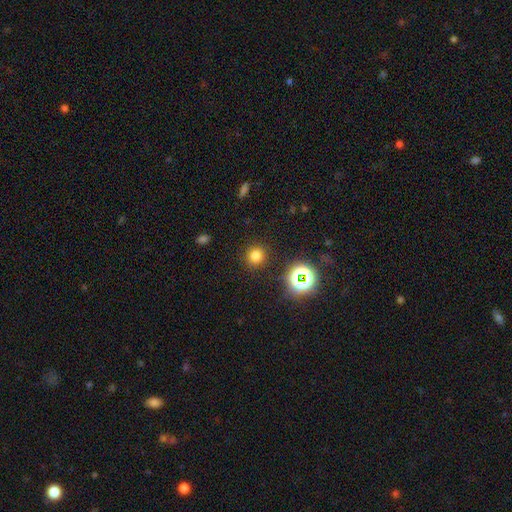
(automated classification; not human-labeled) smooth-or-featured: smooth: 74% | star or artifact: 21% | featured or disk: 6%
  how-rounded: round: 93% | in between: 6% | cigar-shaped: 1%
  merging: none: 89% | minor disturbance: 6% | major disturbance: 3% | merger: 2%